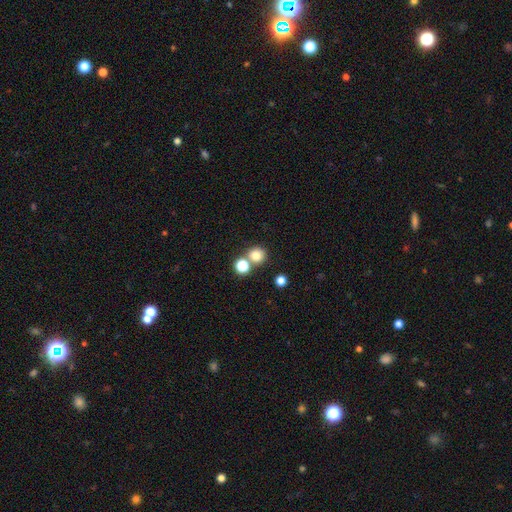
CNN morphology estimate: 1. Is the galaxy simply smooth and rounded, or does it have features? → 78% smooth, 14% star or artifact, 8% featured or disk.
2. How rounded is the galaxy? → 87% round, 12% in between, 1% cigar-shaped.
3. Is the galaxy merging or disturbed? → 63% none, 27% merger, 7% minor disturbance, 3% major disturbance.